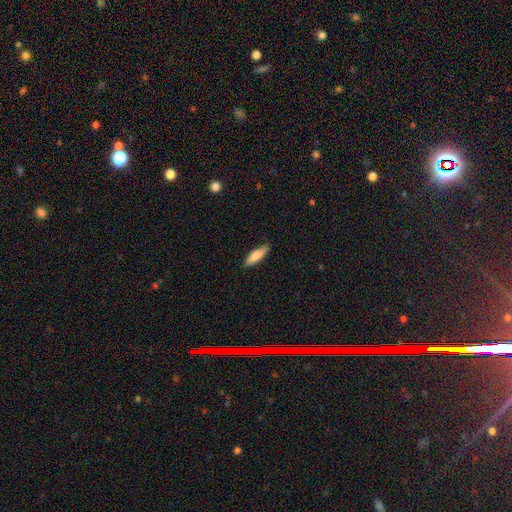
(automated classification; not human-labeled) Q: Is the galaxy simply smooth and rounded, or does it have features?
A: smooth — 80%.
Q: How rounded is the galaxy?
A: cigar-shaped — 58%.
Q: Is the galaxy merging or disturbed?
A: none — 84%.